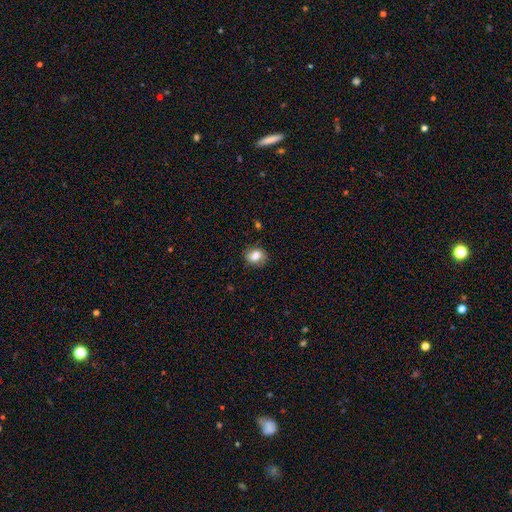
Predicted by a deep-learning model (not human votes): Smooth or featured? smooth (78%)
How rounded? round (50%)
Merging? none (80%)